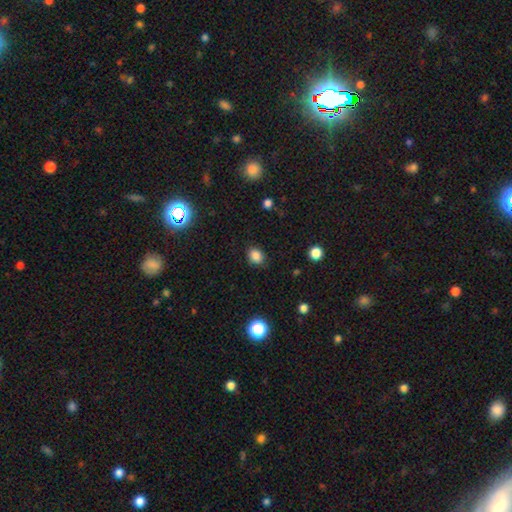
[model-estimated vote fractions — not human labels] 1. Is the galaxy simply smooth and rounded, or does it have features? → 83% smooth, 12% star or artifact, 4% featured or disk.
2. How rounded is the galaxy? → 53% round, 46% in between, 1% cigar-shaped.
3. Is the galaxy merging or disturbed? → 82% none, 13% minor disturbance, 3% major disturbance, 1% merger.